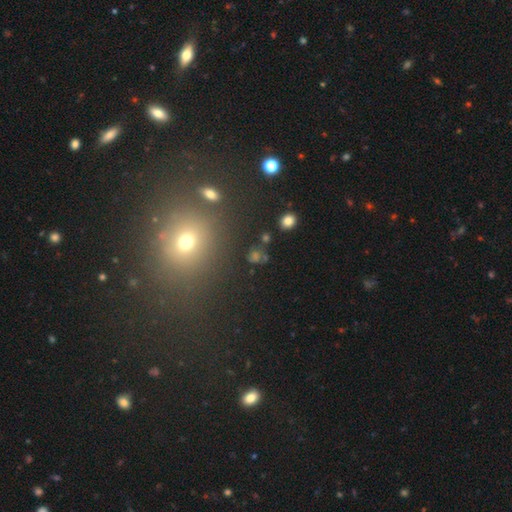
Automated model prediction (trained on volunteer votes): A smooth galaxy with no disk features (54%) that is round (73%).

Vote fractions:
- Smooth or featured? smooth: 54% / star or artifact: 34% / featured or disk: 13%
- How rounded? round: 73% / in between: 24% / cigar-shaped: 3%
- Merging? none: 79% / minor disturbance: 9% / merger: 7% / major disturbance: 5%